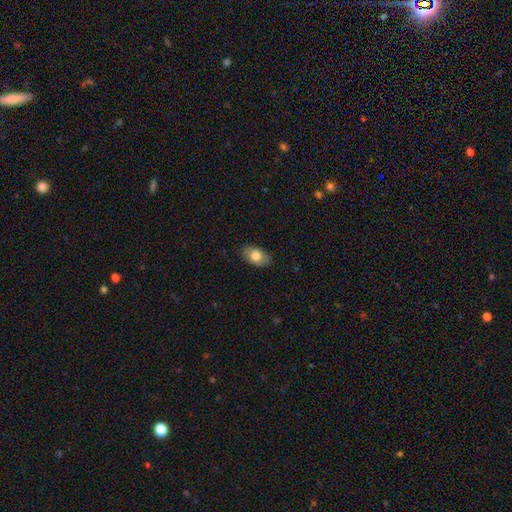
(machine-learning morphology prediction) This is likely a smooth galaxy (74%). How rounded: clearly in between (92%). Merging: clearly none (86%).